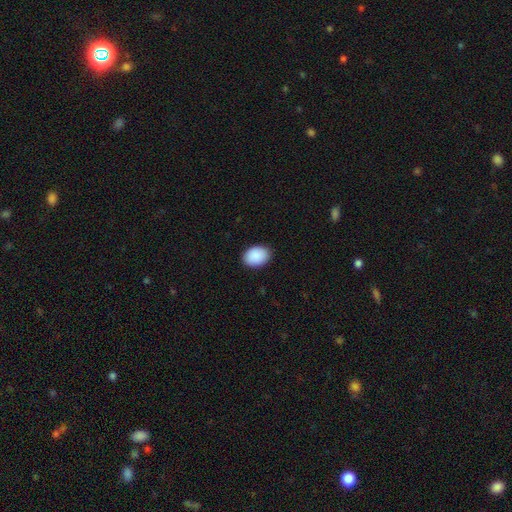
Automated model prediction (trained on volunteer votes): Smooth or featured?
  - smooth: 91% *
  - star or artifact: 7%
  - featured or disk: 3%
How rounded?
  - in between: 74% *
  - round: 25%
  - cigar-shaped: 1%
Merging?
  - none: 89% *
  - minor disturbance: 8%
  - major disturbance: 2%
  - merger: 1%